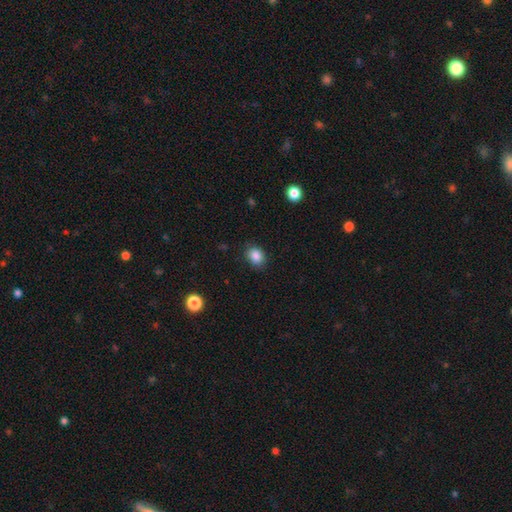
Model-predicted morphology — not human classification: This is clearly a smooth galaxy (86%). How rounded: possibly round (57%). Merging: clearly none (85%).